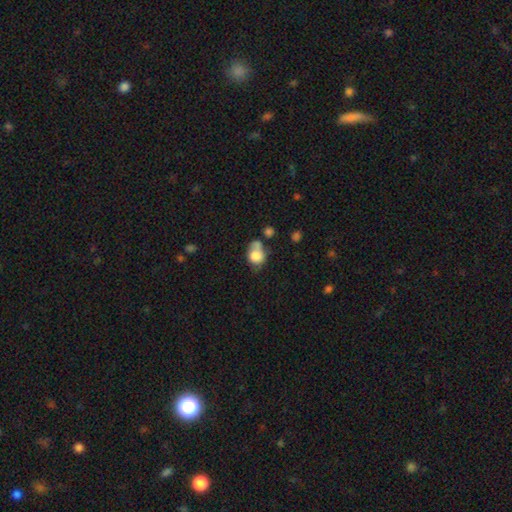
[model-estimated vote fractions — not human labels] smooth_or_featured: smooth (p=0.77) [alt: featured or disk p=0.14]
how_rounded: in between (p=0.51) [alt: round p=0.48]
merging: none (p=0.34) [alt: merger p=0.27]